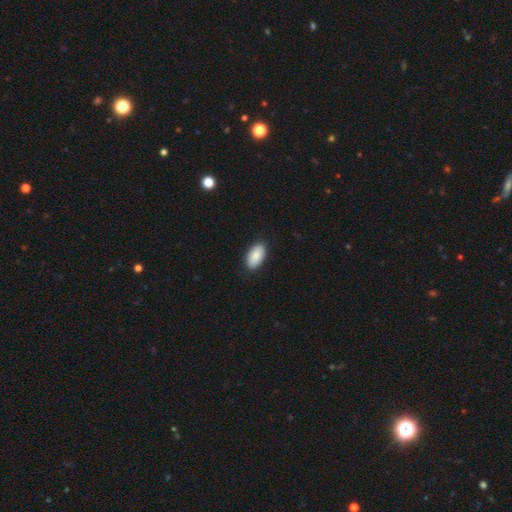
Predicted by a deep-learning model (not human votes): Smooth or featured? Predicted: smooth (p=0.89). How rounded? Predicted: in between (p=0.96). Merging? Predicted: none (p=0.89).